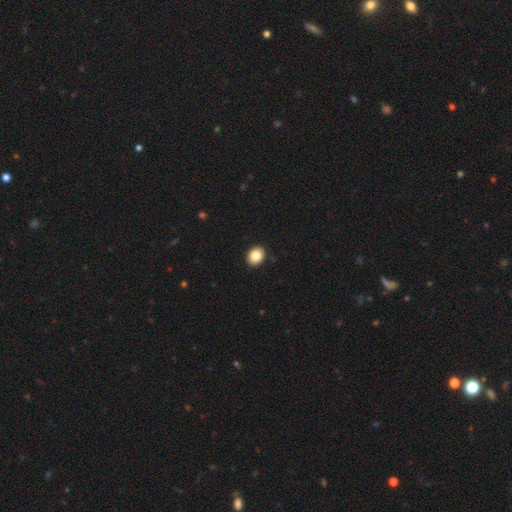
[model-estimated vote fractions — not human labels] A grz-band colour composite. It shows a smooth galaxy with no disk features (85%) that is round (52%). Merging: none (92%).